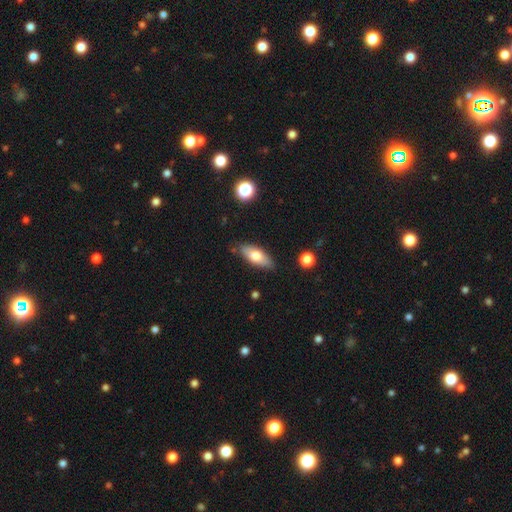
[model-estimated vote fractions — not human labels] smooth-or-featured: smooth: 68% | featured or disk: 26% | star or artifact: 7%
  how-rounded: in between: 76% | cigar-shaped: 21% | round: 3%
  merging: none: 82% | minor disturbance: 14% | major disturbance: 3% | merger: 2%